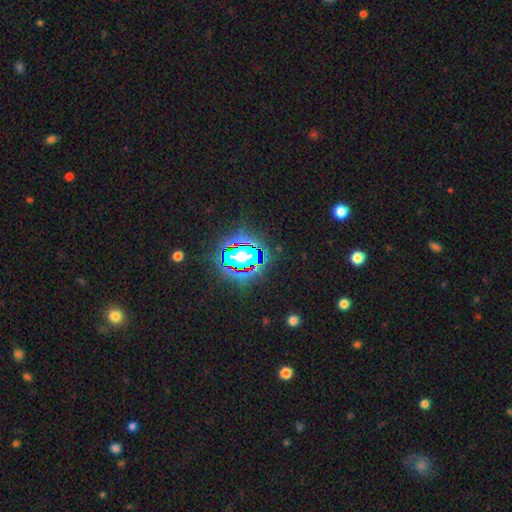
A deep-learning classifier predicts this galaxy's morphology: This is likely a star or artifact rather than a galaxy (75%).